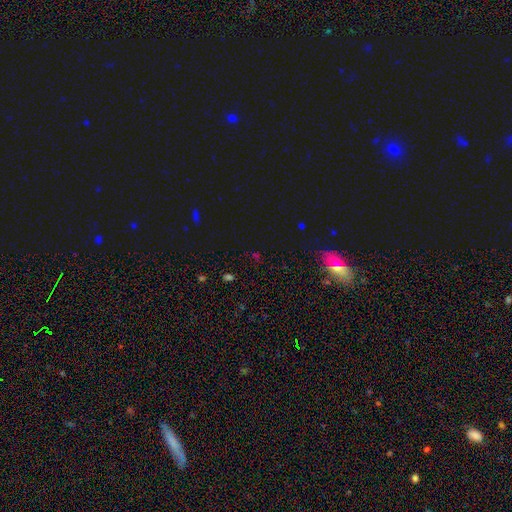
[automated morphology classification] Q: Smooth or featured?
A: star or artifact (64%); runner-up: smooth (28%)